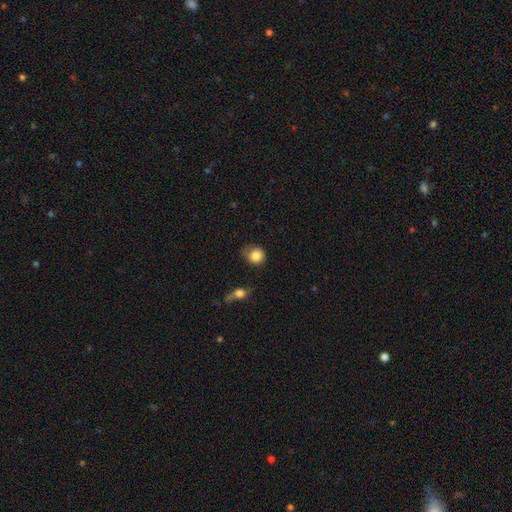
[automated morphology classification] A smooth galaxy with no disk features (84%) that is round (80%). Merging: none (56%).